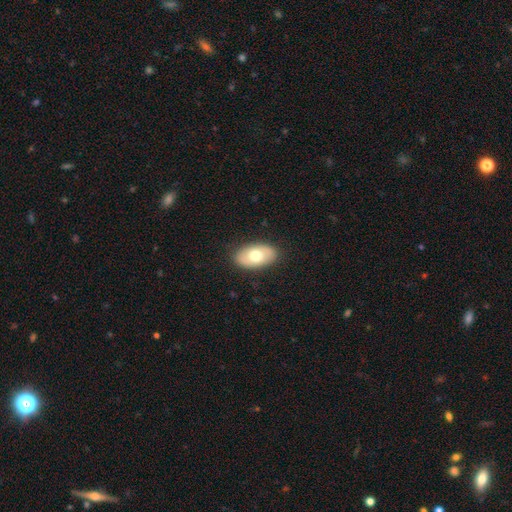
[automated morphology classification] Smooth or featured?
  - smooth: 67% *
  - featured or disk: 27%
  - star or artifact: 6%
How rounded?
  - in between: 93% *
  - round: 5%
  - cigar-shaped: 2%
Merging?
  - none: 87% *
  - minor disturbance: 10%
  - major disturbance: 2%
  - merger: 1%